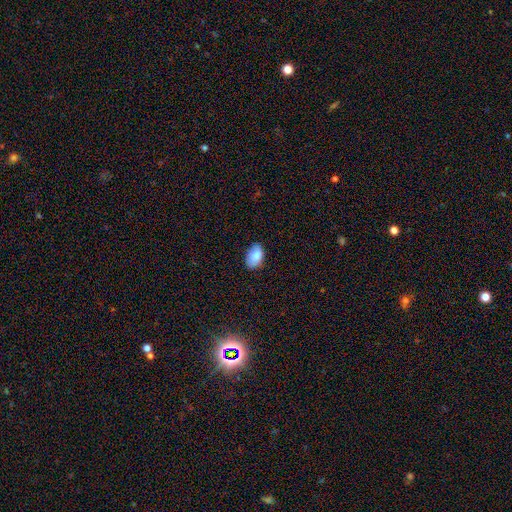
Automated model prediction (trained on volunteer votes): smooth_or_featured: smooth (p=0.85) [alt: featured or disk p=0.08]
how_rounded: in between (p=0.90) [alt: round p=0.09]
merging: none (p=0.74) [alt: minor disturbance p=0.21]